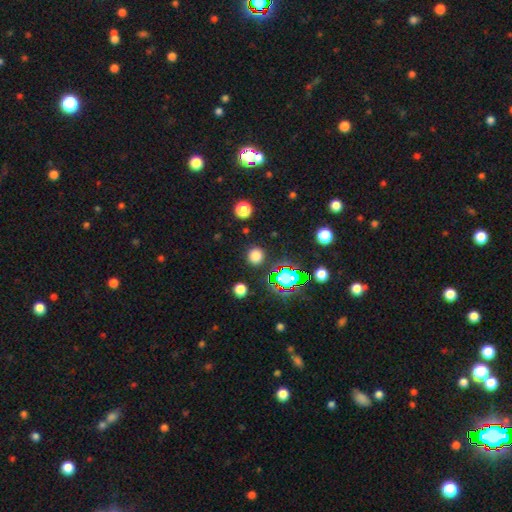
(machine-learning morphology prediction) type=smooth (71%); roundness=round (90%); merging=none (88%).